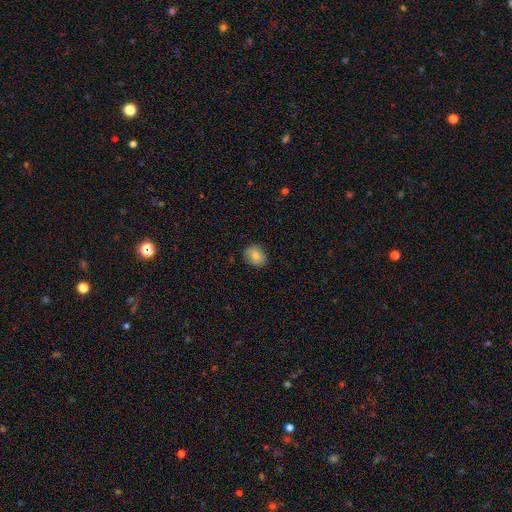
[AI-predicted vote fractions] smooth-or-featured: smooth: 82% | featured or disk: 9% | star or artifact: 8%
  how-rounded: in between: 55% | round: 44% | cigar-shaped: 1%
  merging: none: 86% | minor disturbance: 11% | major disturbance: 2% | merger: 1%